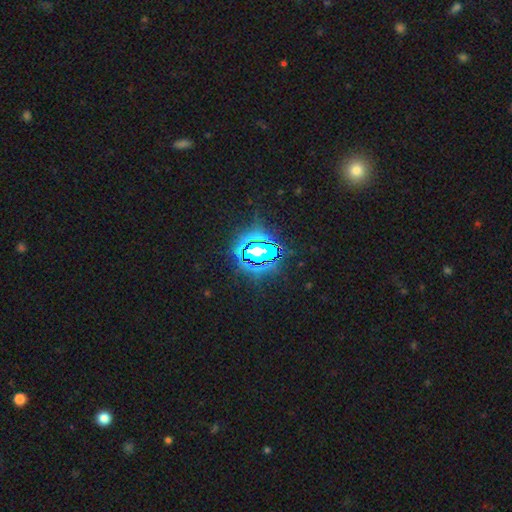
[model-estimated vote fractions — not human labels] Q: Smooth or featured?
A: star or artifact (75%); runner-up: smooth (14%)